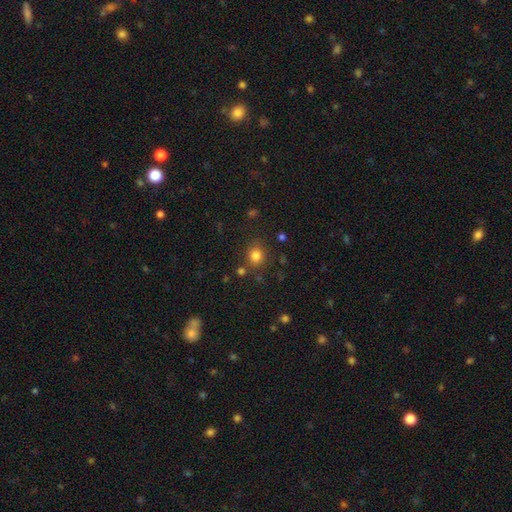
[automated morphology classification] This appears to be a smooth galaxy with no disk features (82%) that is round (79%). Merging: none (79%).